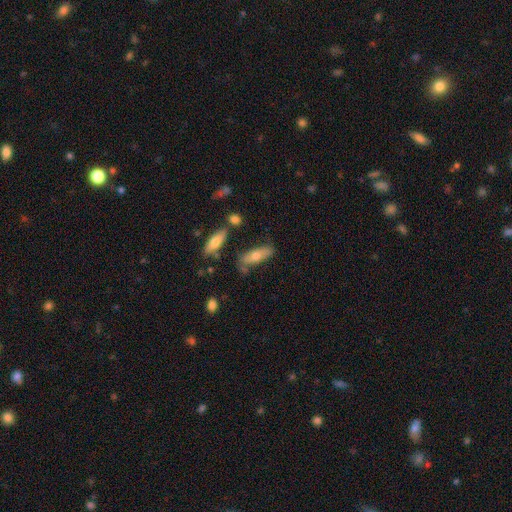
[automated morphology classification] This appears to be a smooth galaxy with no disk features (65%) that is cigar-shaped (49%, tied with in between). Merging: none (66%).